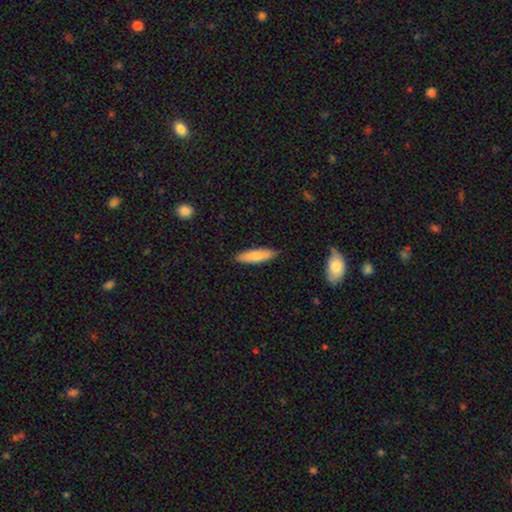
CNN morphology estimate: This is likely a smooth galaxy (79%). How rounded: likely cigar-shaped (70%). Merging: clearly none (90%).